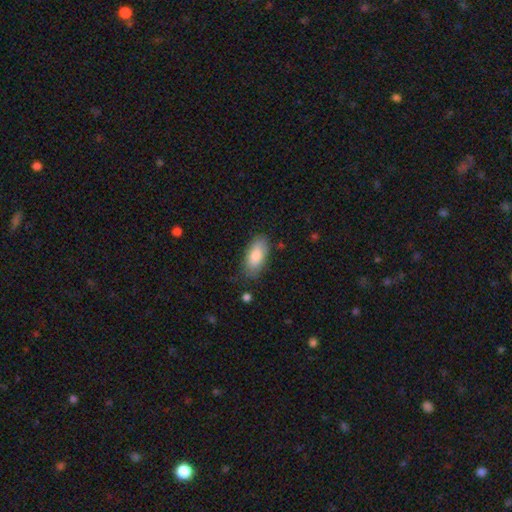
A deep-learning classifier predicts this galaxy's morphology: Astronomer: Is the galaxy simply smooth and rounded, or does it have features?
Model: smooth — 81%.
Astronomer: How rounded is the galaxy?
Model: in between — 88%.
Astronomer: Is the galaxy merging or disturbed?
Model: none — 79%.